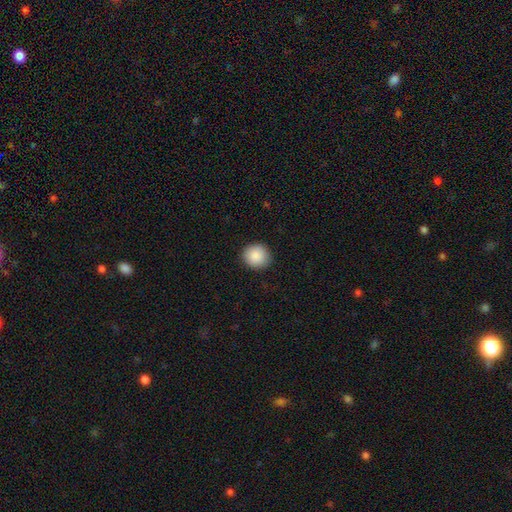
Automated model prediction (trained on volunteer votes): Smooth or featured? smooth (89%)
How rounded? round (88%)
Merging? none (90%)